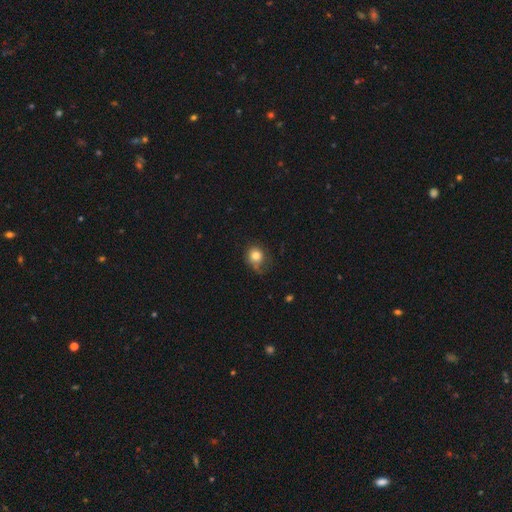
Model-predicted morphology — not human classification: Smooth or featured?
  - smooth: 78% *
  - featured or disk: 12%
  - star or artifact: 10%
How rounded?
  - round: 79% *
  - in between: 20%
  - cigar-shaped: 1%
Merging?
  - none: 55% *
  - minor disturbance: 29%
  - major disturbance: 14%
  - merger: 3%